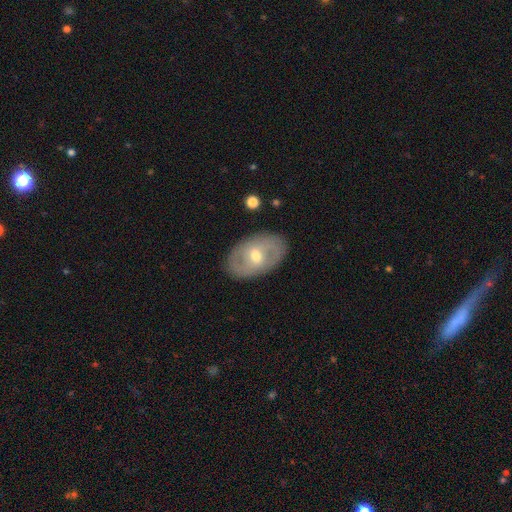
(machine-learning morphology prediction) Smooth or featured? Predicted: featured or disk (p=0.62). Edge-on disk? Predicted: no (p=0.91). Bar? Predicted: no (p=0.42). Spiral arms? Predicted: no (p=0.50, tied with yes). Bulge size? Predicted: moderate (p=0.65). Merging? Predicted: none (p=0.85).